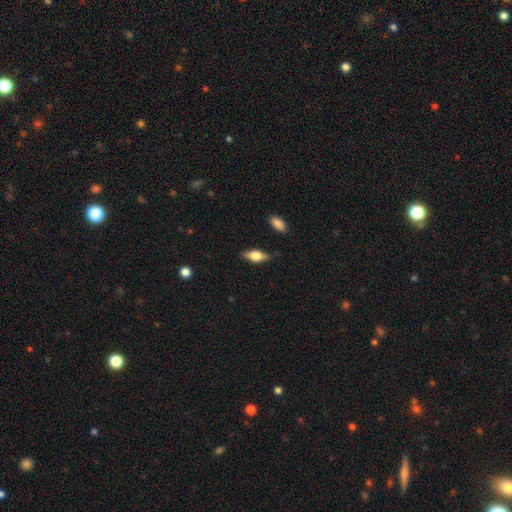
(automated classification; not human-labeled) Morphology: type=smooth (59%); roundness=in between (72%); merging=none (83%).